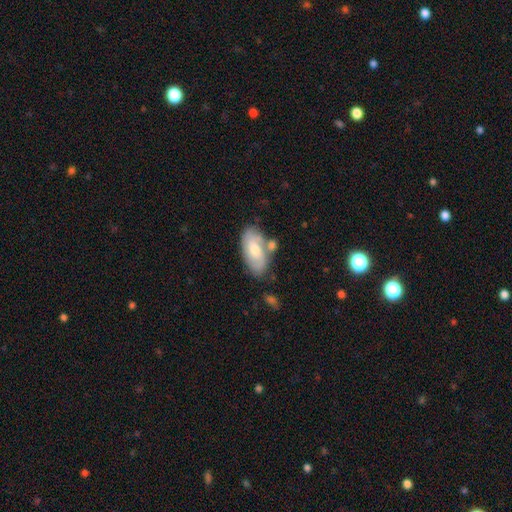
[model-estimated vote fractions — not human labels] A smooth galaxy with no disk features (47%).

Vote fractions:
- Smooth or featured? smooth: 47% / featured or disk: 46% / star or artifact: 6%
- Merging? none: 56% / merger: 19% / minor disturbance: 19% / major disturbance: 6%